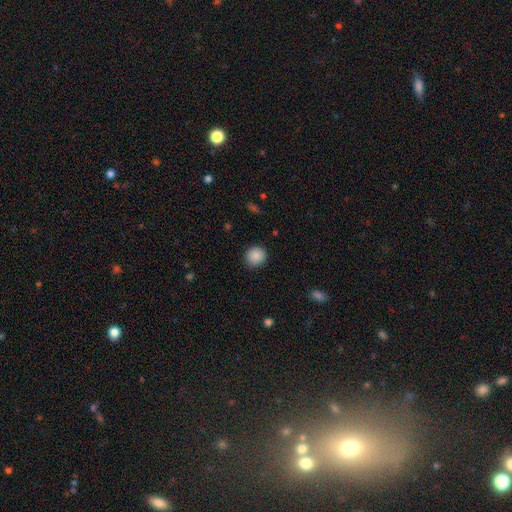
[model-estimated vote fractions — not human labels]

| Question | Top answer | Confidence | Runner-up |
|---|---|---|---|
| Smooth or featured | smooth | 89% | star or artifact (8%) |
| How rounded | round | 88% | in between (11%) |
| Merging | none | 90% | minor disturbance (7%) |